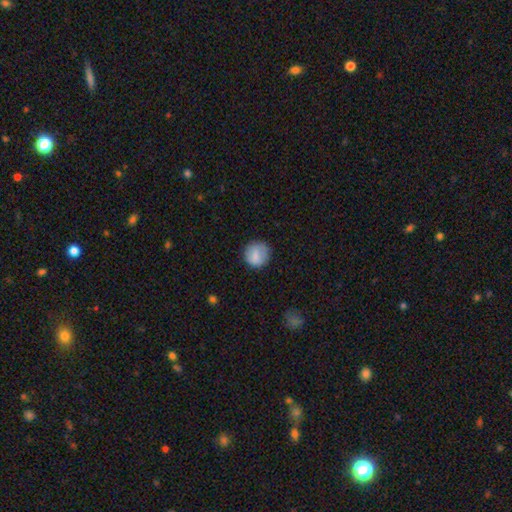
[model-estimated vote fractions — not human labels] Smooth or featured? Predicted: smooth (p=0.80). How rounded? Predicted: round (p=0.90). Merging? Predicted: none (p=0.83).